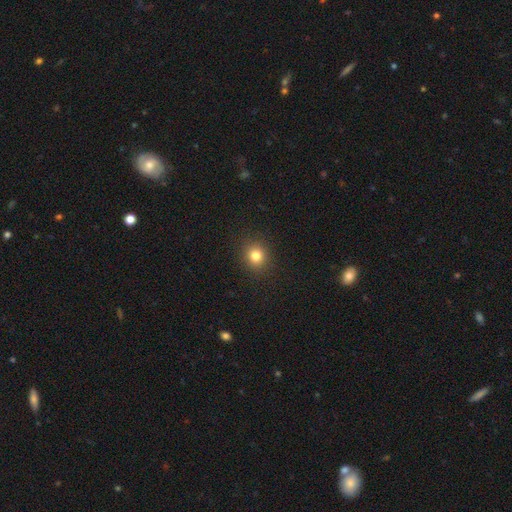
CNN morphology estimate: smooth 81%, star or artifact 13%, featured or disk 6%. Down the decision tree: how rounded — round (82%); merging — none (91%).